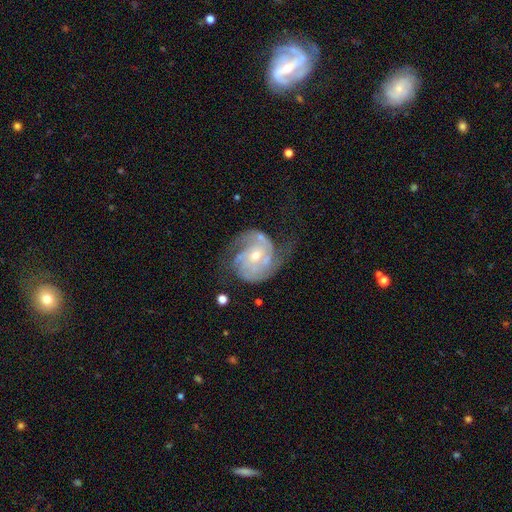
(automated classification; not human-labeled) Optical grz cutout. It shows a featured or disk galaxy (88%) with no bar (68%), 2 (52%) tight (51%) spiral arms (96%) and a small central bulge (56%). Merging: none (58%).